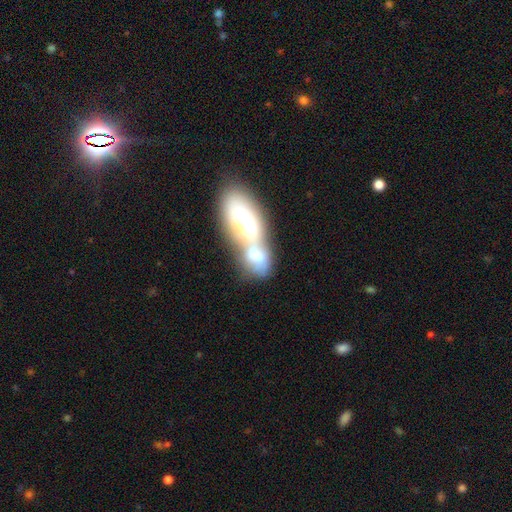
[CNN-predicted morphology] type=smooth (59%); roundness=in between (79%); merging=merger (74%).